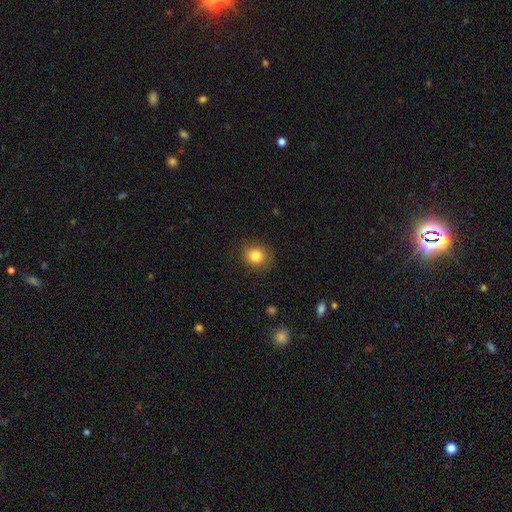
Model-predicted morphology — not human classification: This is clearly a smooth galaxy (83%). How rounded: likely round (79%). Merging: clearly none (87%).